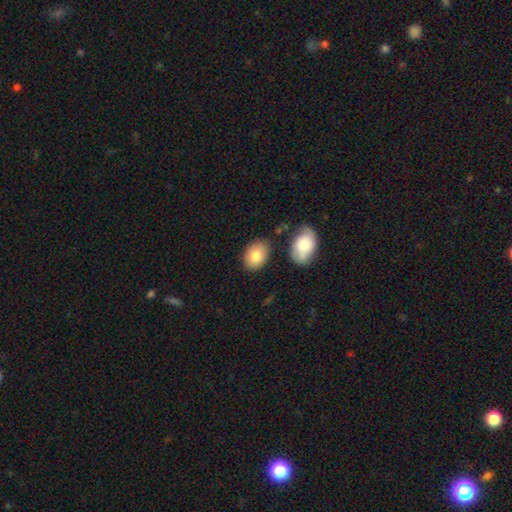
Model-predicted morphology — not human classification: Smooth or featured: smooth — 82% (featured or disk — 11%)
How rounded: in between — 81% (round — 18%)
Merging: none — 76% (minor disturbance — 14%)